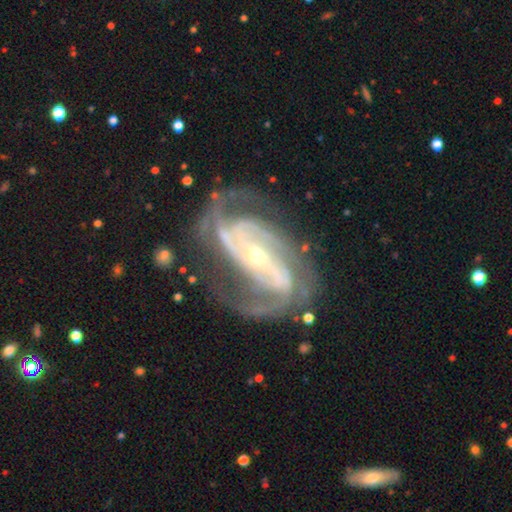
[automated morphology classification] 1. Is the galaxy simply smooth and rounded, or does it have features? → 91% featured or disk, 5% star or artifact, 4% smooth.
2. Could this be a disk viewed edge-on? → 96% no, 4% yes.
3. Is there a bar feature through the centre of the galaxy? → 46% strong, 28% weak, 26% no.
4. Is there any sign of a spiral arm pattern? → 98% yes, 2% no.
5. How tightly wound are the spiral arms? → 46% medium, 43% tight, 12% loose.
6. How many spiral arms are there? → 38% 2, 29% 3, 12% can't tell, 11% 4, 5% more than 4, 5% 1.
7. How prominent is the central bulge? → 75% small, 21% moderate, 2% large, 1% none, 1% dominant.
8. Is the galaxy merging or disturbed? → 64% none, 20% minor disturbance, 14% major disturbance, 2% merger.